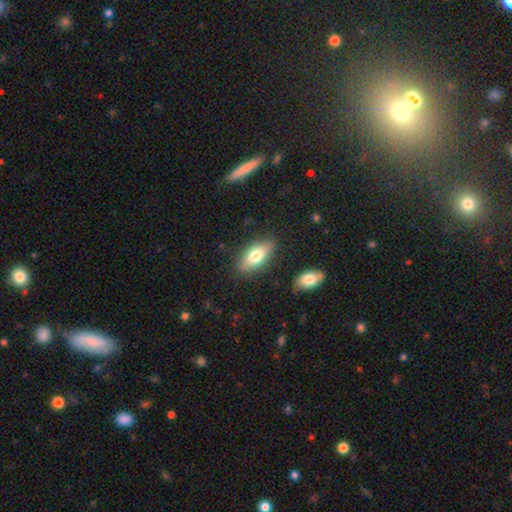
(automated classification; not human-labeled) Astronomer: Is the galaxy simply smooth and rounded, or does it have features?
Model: smooth — 72%.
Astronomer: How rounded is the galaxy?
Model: in between — 82%.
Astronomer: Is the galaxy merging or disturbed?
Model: none — 82%.